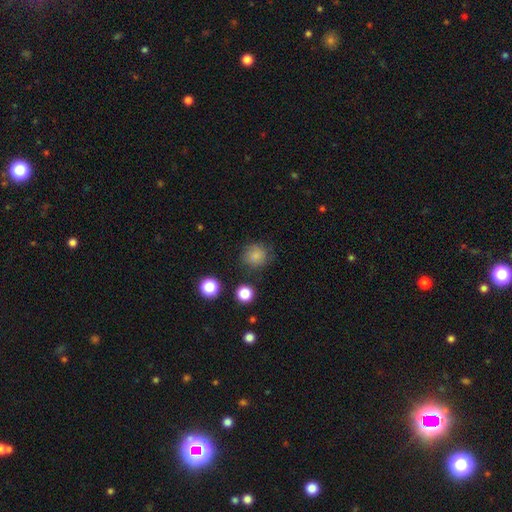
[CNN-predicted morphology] Q: Smooth or featured?
A: smooth (80%); runner-up: star or artifact (13%)
Q: How rounded?
A: round (85%); runner-up: in between (14%)
Q: Merging?
A: none (76%); runner-up: minor disturbance (16%)